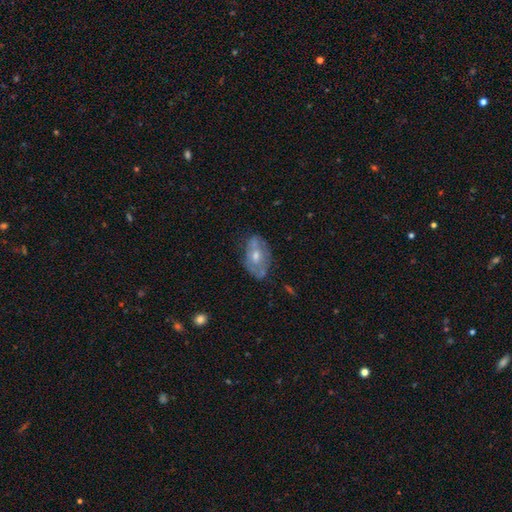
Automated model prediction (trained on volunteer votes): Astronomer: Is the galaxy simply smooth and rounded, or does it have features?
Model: featured or disk — 60%.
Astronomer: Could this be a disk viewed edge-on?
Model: no — 91%.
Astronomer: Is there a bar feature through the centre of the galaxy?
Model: no — 61%.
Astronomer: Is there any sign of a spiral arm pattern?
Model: no — 51% (runner-up: yes, 49%).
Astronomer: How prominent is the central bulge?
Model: moderate — 61%.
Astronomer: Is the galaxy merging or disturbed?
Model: none — 67%.